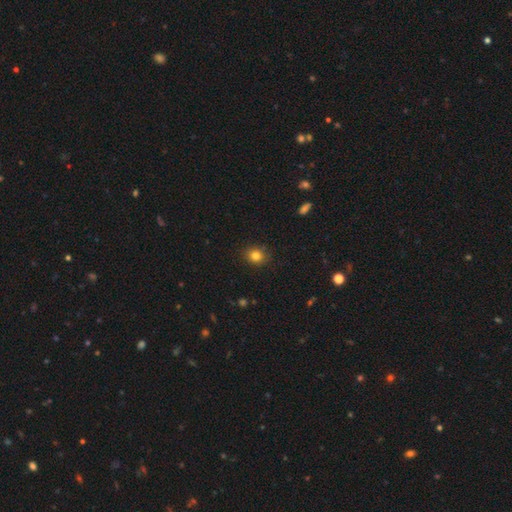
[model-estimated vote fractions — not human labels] This appears to be a smooth galaxy with no disk features (82%) that is round (70%). Merging: none (88%).